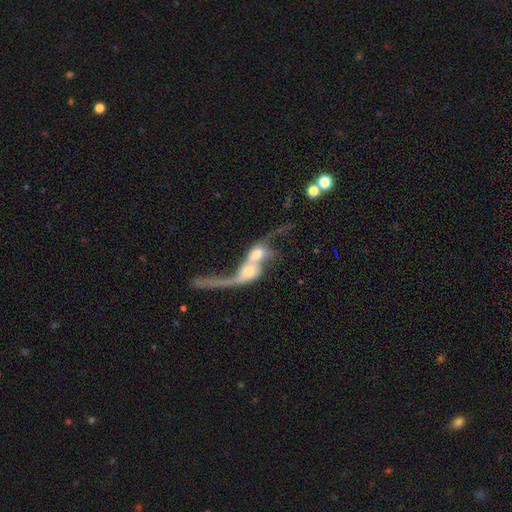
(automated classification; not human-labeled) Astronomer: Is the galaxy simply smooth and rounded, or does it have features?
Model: featured or disk — 64%.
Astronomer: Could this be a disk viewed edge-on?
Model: no — 89%.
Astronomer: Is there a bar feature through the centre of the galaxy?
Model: no — 71%.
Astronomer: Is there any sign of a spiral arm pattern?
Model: yes — 64%.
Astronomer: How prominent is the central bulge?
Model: moderate — 43% (runner-up: small, 21%).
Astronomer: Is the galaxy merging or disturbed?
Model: merger — 82%.